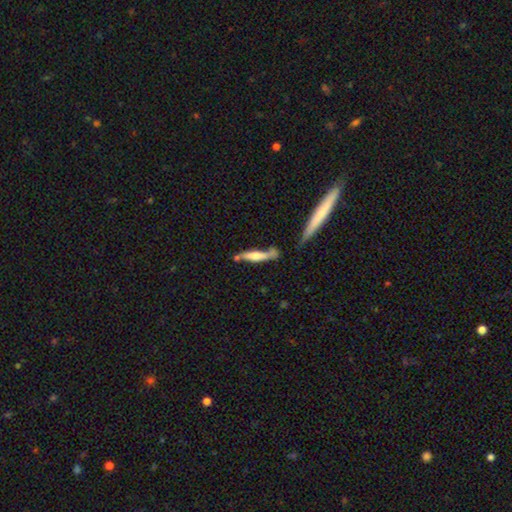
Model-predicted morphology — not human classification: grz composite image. It shows a smooth galaxy with no disk features (57%) that is cigar-shaped (87%). Merging: none (54%).